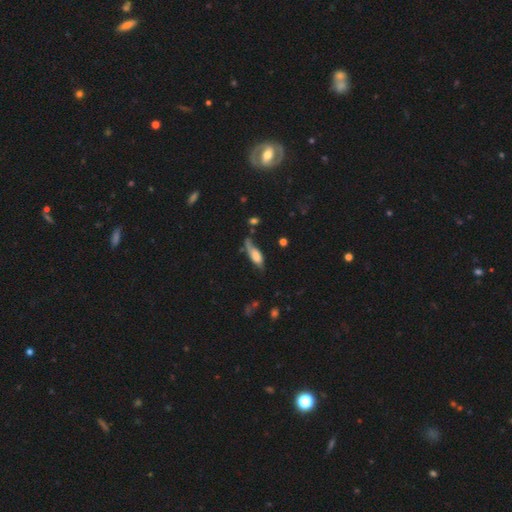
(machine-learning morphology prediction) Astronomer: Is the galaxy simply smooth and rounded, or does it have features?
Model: smooth — 62%.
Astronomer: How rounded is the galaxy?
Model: in between — 56% (runner-up: cigar-shaped, 41%).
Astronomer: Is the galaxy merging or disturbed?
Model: none — 36% (runner-up: minor disturbance, 32%).